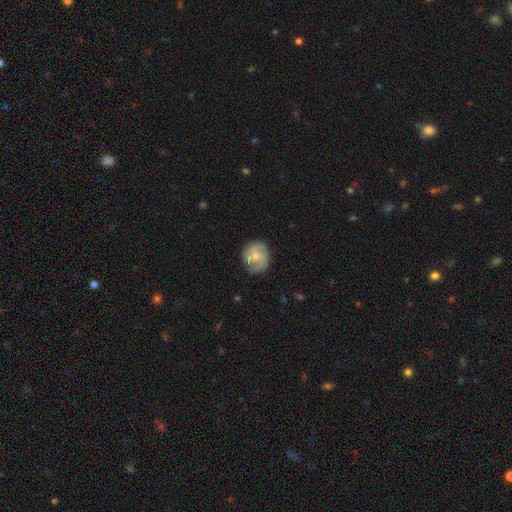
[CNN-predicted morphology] smooth_or_featured: smooth (p=0.52) [alt: featured or disk p=0.41]
how_rounded: round (p=0.79) [alt: in between p=0.20]
merging: none (p=0.68) [alt: minor disturbance p=0.23]